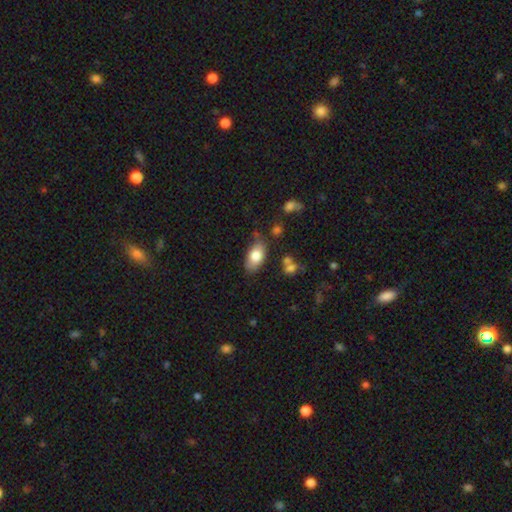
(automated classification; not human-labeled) Smooth or featured? Predicted: smooth (p=0.78). How rounded? Predicted: in between (p=0.92). Merging? Predicted: none (p=0.69).